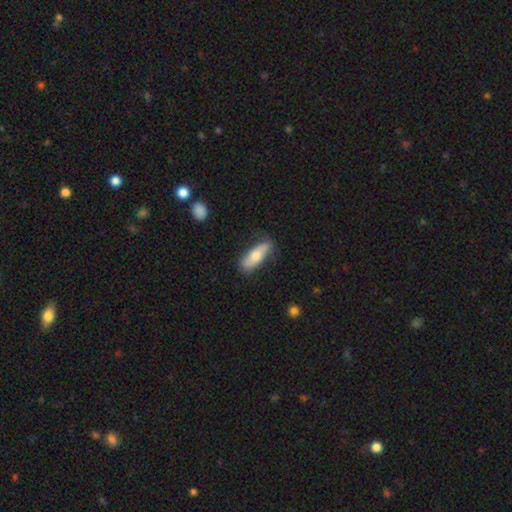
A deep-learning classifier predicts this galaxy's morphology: Q: Smooth or featured?
A: smooth (60%); runner-up: featured or disk (35%)
Q: How rounded?
A: in between (56%); runner-up: cigar-shaped (42%)
Q: Merging?
A: none (76%); runner-up: minor disturbance (19%)